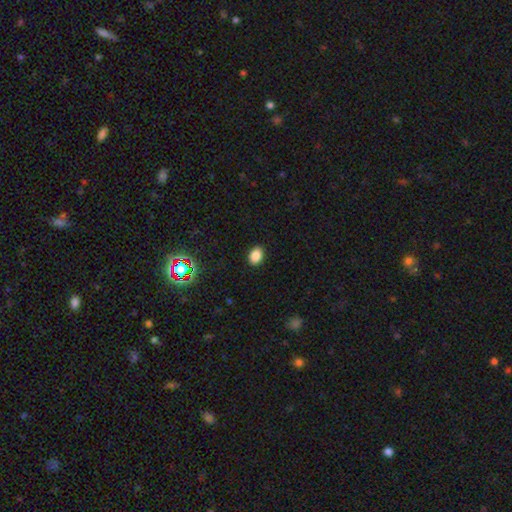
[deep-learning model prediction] The model was most divided on "how rounded": in between: 77%, round: 22%, cigar-shaped: 1%. More confident: merging — none (90%); smooth or featured — smooth (84%).